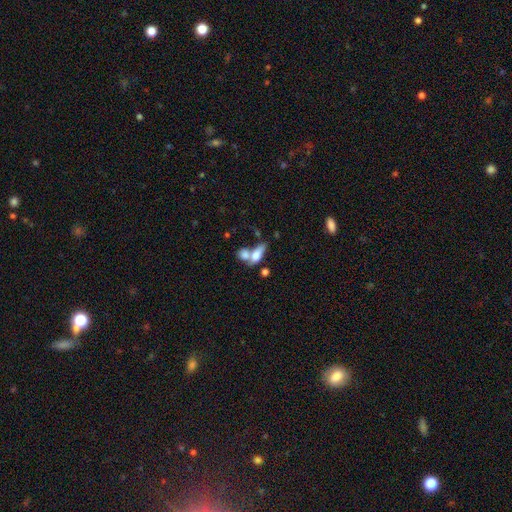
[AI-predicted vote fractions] Morphology: type=smooth (65%); roundness=in between (68%); merging=merger (57%).